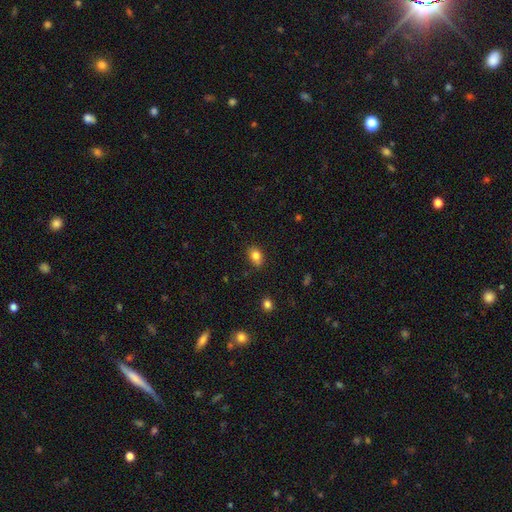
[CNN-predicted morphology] smooth_or_featured: smooth (p=0.81) [alt: star or artifact p=0.11]
how_rounded: in between (p=0.65) [alt: round p=0.33]
merging: none (p=0.73) [alt: minor disturbance p=0.19]